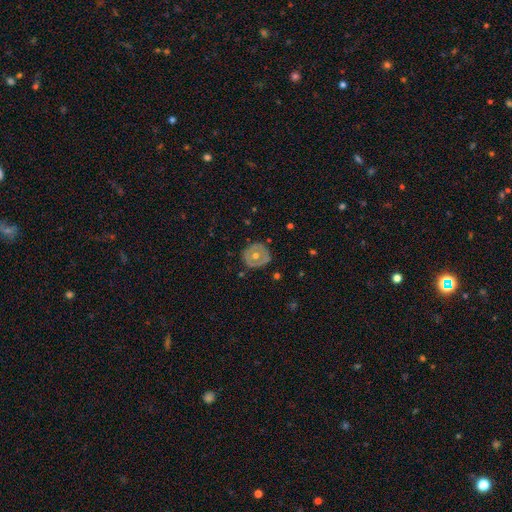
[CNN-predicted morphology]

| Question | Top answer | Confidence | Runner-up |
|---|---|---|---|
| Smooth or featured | featured or disk | 51% | smooth (43%) |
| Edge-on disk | no | 95% | yes (5%) |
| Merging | none | 83% | minor disturbance (13%) |